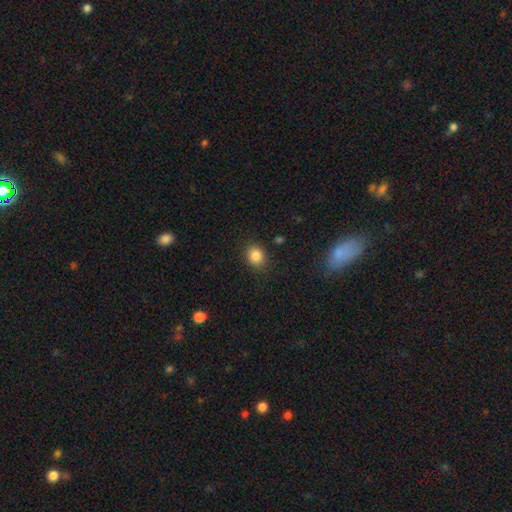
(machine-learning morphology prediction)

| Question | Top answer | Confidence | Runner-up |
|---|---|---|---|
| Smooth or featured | smooth | 85% | star or artifact (10%) |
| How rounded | round | 63% | in between (36%) |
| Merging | none | 86% | minor disturbance (10%) |